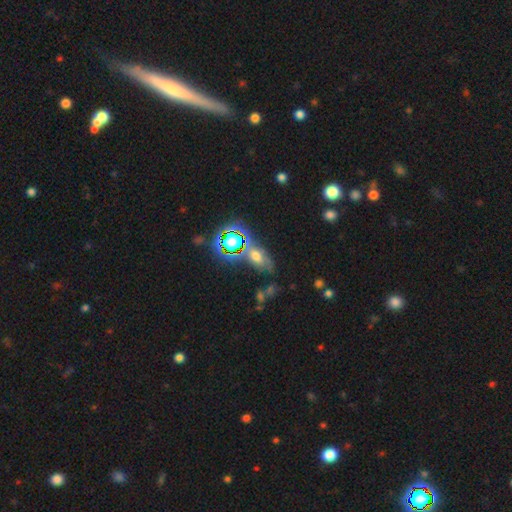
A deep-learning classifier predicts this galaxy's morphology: Q: Smooth or featured?
A: smooth (42%); runner-up: star or artifact (38%)
Q: Merging?
A: none (59%); runner-up: minor disturbance (19%)